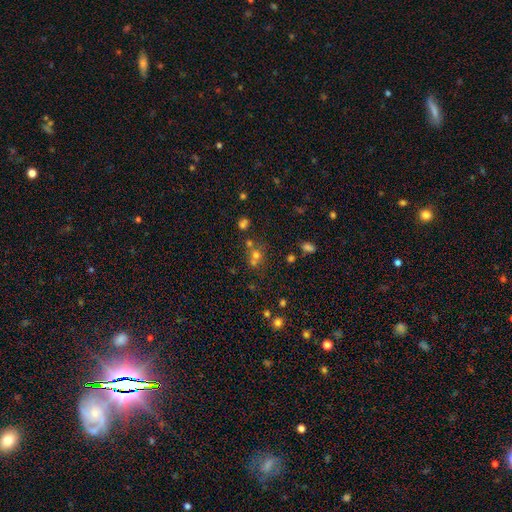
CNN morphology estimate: A smooth galaxy with no disk features (52%) that is round (79%). Merging: none (46%).